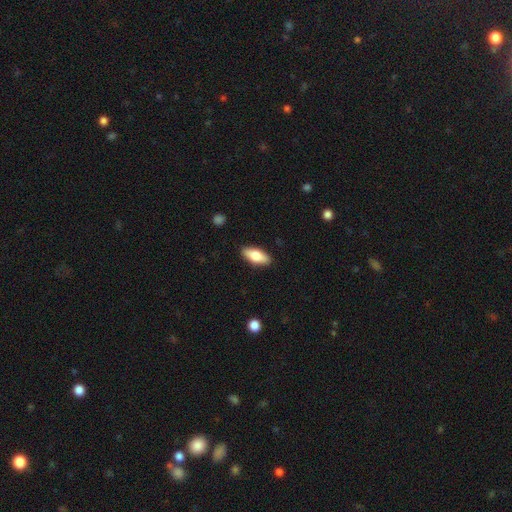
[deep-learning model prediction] Q: Smooth or featured?
A: smooth (74%); runner-up: featured or disk (20%)
Q: How rounded?
A: in between (79%); runner-up: cigar-shaped (18%)
Q: Merging?
A: none (88%); runner-up: minor disturbance (9%)